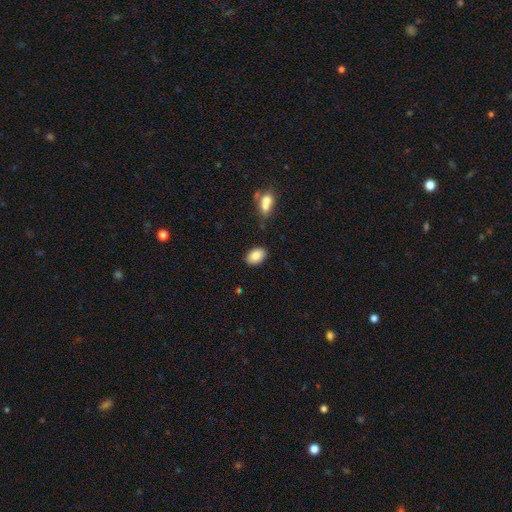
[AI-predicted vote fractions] The model was most divided on "how rounded": in between: 87%, round: 12%, cigar-shaped: 1%. More confident: smooth or featured — smooth (86%); merging — none (85%).